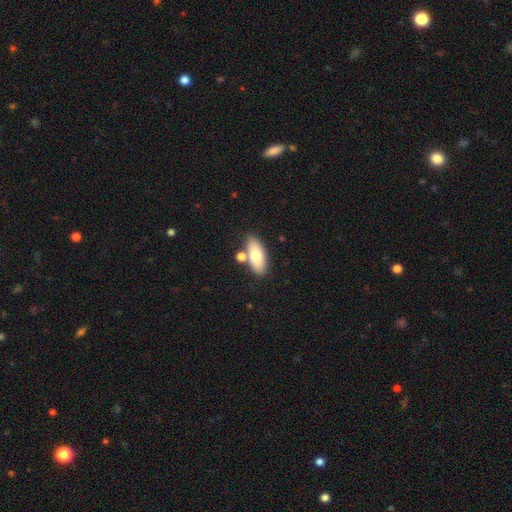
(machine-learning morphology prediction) type=smooth (76%); roundness=in between (79%); merging=none (70%).